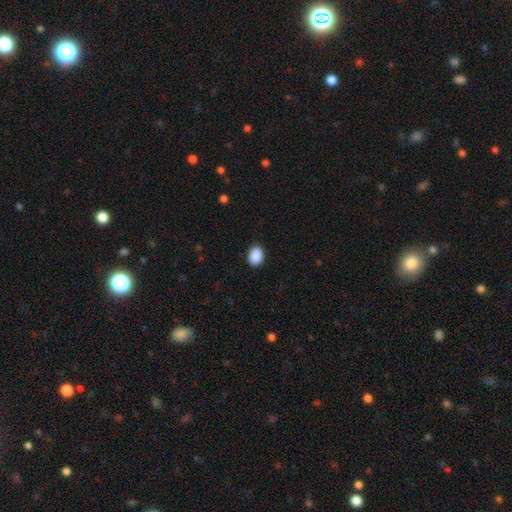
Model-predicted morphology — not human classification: smooth_or_featured: smooth (p=0.90) [alt: star or artifact p=0.07]
how_rounded: in between (p=0.70) [alt: round p=0.29]
merging: none (p=0.89) [alt: minor disturbance p=0.08]